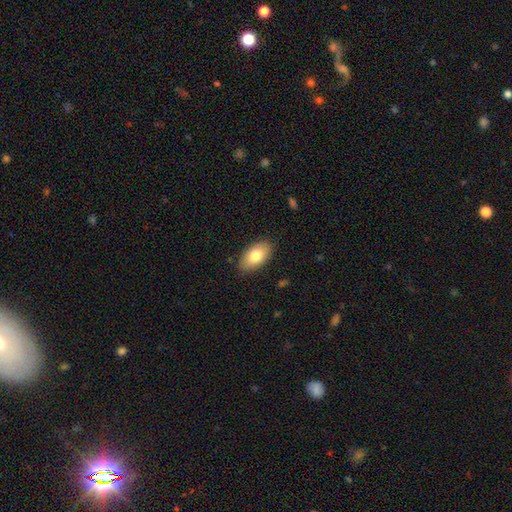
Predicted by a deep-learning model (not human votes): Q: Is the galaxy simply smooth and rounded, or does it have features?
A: smooth — 78%.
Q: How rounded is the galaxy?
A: in between — 93%.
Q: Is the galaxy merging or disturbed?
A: none — 85%.